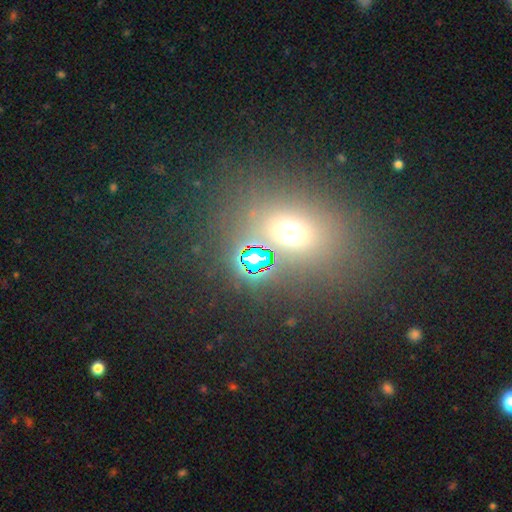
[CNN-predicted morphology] Q: Smooth or featured?
A: smooth (45%); runner-up: star or artifact (43%)
Q: Merging?
A: none (72%); runner-up: minor disturbance (11%)